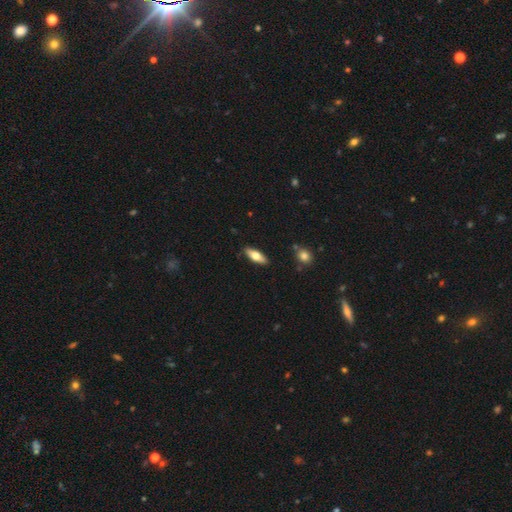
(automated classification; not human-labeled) smooth 65%, featured or disk 29%, star or artifact 6%. Down the decision tree: how rounded — in between (67%); merging — none (87%).